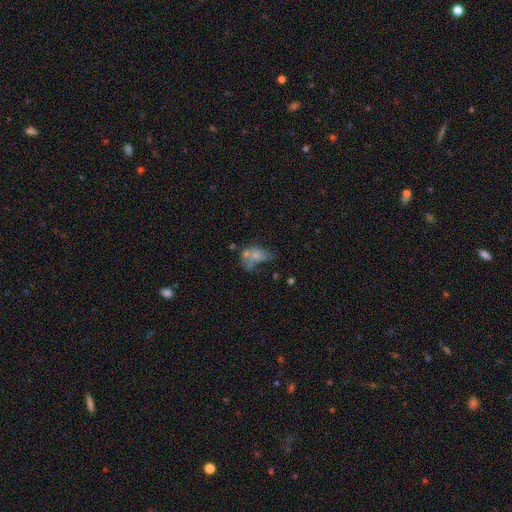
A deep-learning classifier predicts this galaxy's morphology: A smooth galaxy with no disk features (56%) that is in between round and cigar-shaped (81%).

Vote fractions:
- Smooth or featured? smooth: 56% / featured or disk: 32% / star or artifact: 13%
- How rounded? in between: 81% / round: 16% / cigar-shaped: 3%
- Merging? merger: 38% / major disturbance: 29% / none: 19% / minor disturbance: 15%